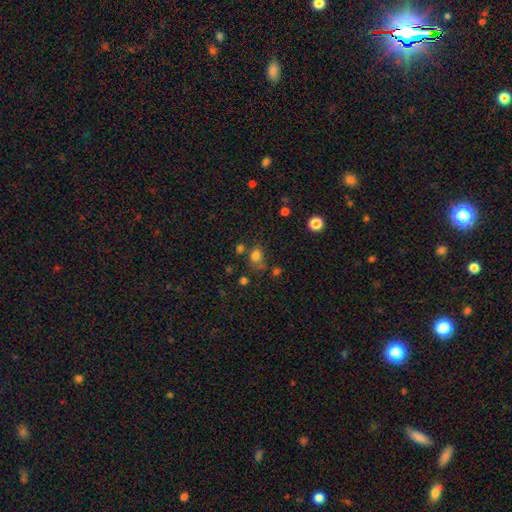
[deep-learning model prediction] smooth_or_featured: smooth (p=0.75) [alt: star or artifact p=0.17]
how_rounded: in between (p=0.51) [alt: round p=0.48]
merging: none (p=0.54) [alt: minor disturbance p=0.21]